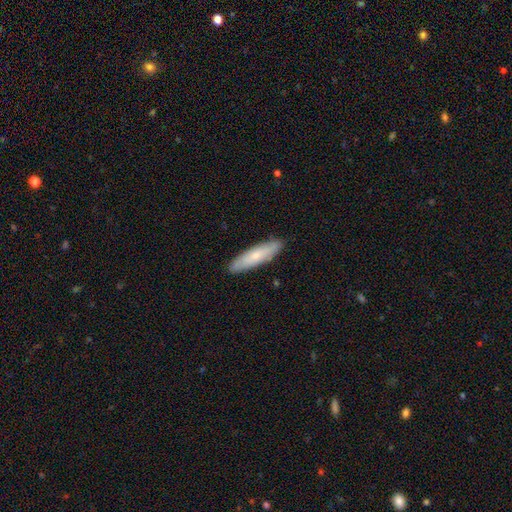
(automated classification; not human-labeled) Smooth or featured: smooth — 69% (featured or disk — 25%)
How rounded: cigar-shaped — 71% (in between — 27%)
Merging: none — 89% (minor disturbance — 9%)